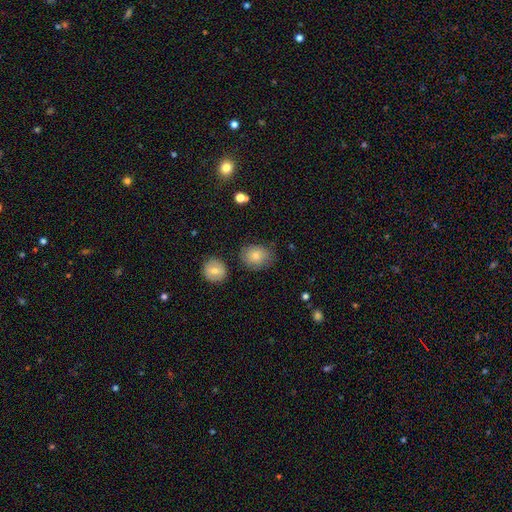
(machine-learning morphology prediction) Overall: smooth (76%). How rounded: round (61%; in between 38%). Merging: none (73%).